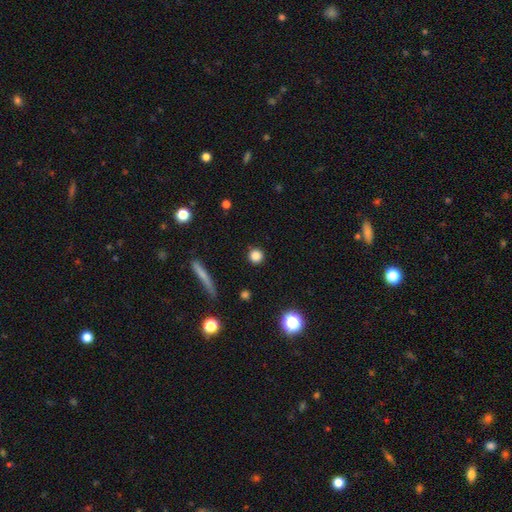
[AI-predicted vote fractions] smooth_or_featured: smooth (p=0.84) [alt: star or artifact p=0.11]
how_rounded: round (p=0.93) [alt: in between p=0.05]
merging: none (p=0.90) [alt: minor disturbance p=0.06]